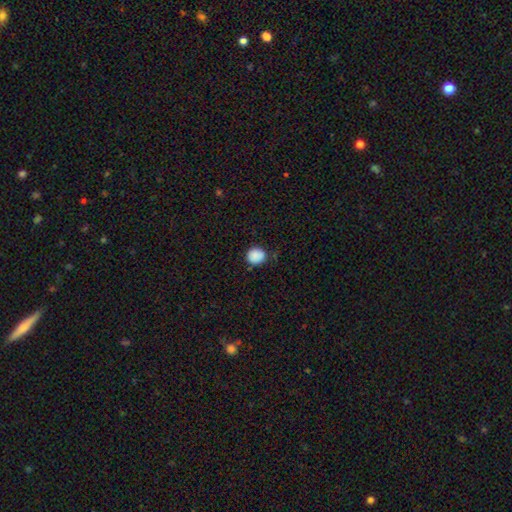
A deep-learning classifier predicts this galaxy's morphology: type=smooth (88%); roundness=round (84%); merging=none (78%).